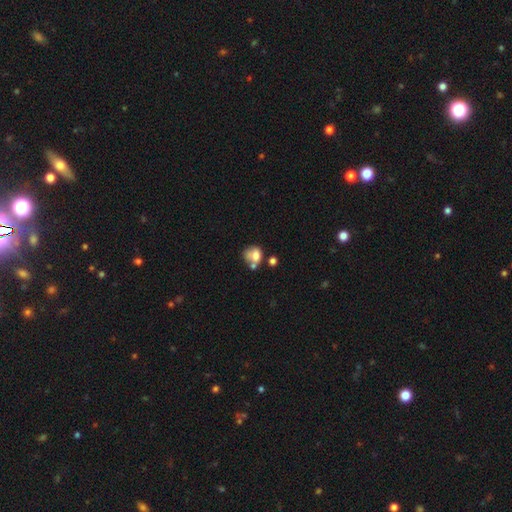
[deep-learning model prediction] Morphology: type=smooth (68%); roundness=round (57%); merging=merger (36%).